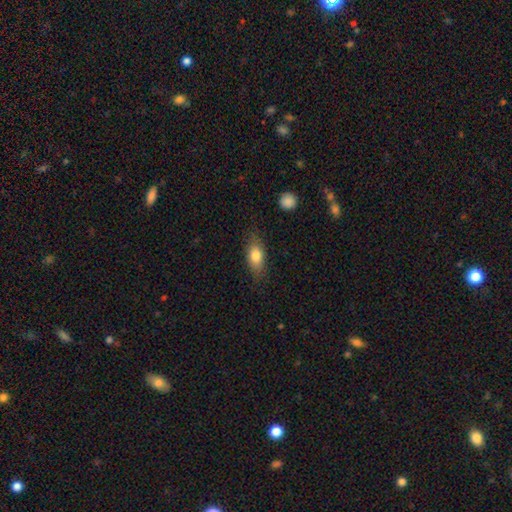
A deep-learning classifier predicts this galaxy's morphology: Q: Smooth or featured?
A: smooth (77%); runner-up: featured or disk (16%)
Q: How rounded?
A: in between (79%); runner-up: cigar-shaped (14%)
Q: Merging?
A: none (79%); runner-up: minor disturbance (16%)